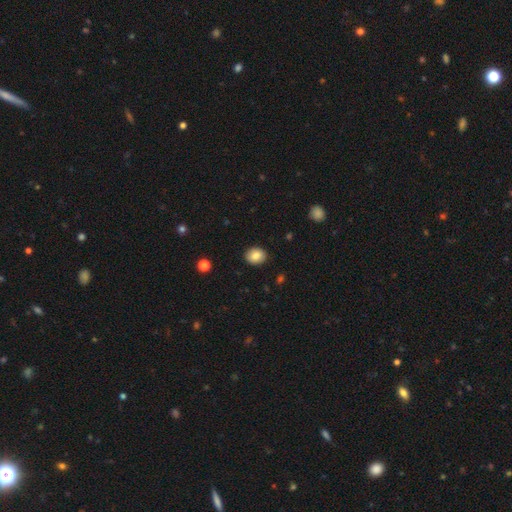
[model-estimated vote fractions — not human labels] Q: Smooth or featured?
A: smooth (85%); runner-up: star or artifact (8%)
Q: How rounded?
A: round (51%); runner-up: in between (48%)
Q: Merging?
A: none (90%); runner-up: minor disturbance (7%)